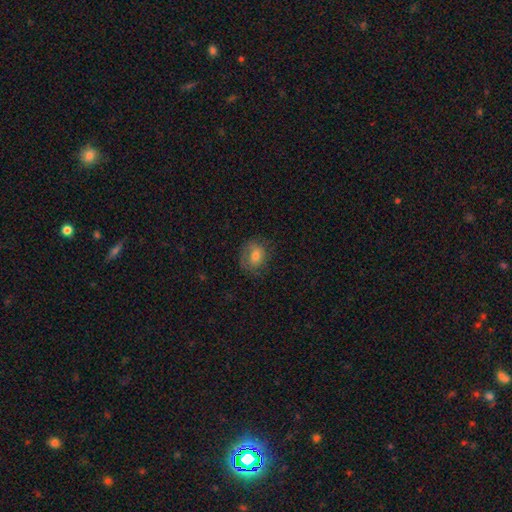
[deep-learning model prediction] A smooth galaxy with no disk features (65%) that is round (58%).

Vote fractions:
- Smooth or featured? smooth: 65% / featured or disk: 26% / star or artifact: 9%
- How rounded? round: 58% / in between: 41% / cigar-shaped: 1%
- Merging? none: 69% / minor disturbance: 20% / major disturbance: 10% / merger: 1%